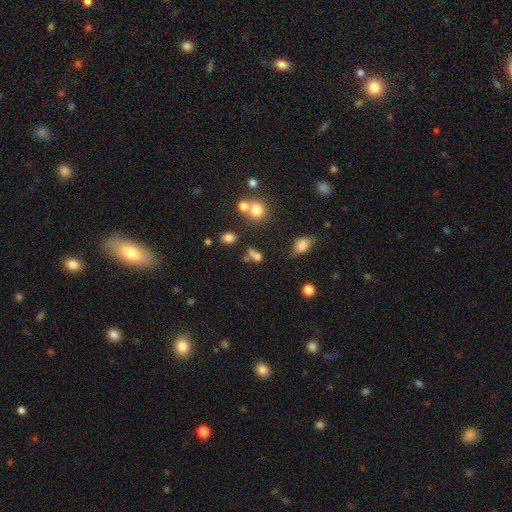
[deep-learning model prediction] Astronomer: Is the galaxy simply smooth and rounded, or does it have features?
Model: smooth — 67%.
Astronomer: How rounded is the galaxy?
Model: in between — 57% (runner-up: round, 36%).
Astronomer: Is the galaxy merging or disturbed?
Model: none — 43% (runner-up: merger, 34%).